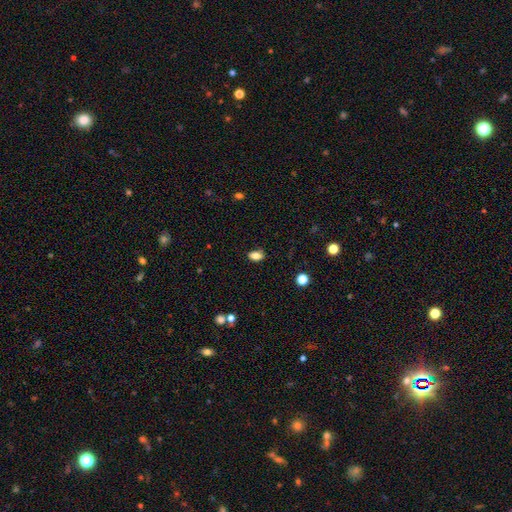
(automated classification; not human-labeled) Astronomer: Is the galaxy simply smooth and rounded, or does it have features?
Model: smooth — 82%.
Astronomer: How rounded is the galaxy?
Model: in between — 85%.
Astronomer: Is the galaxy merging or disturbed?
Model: none — 80%.